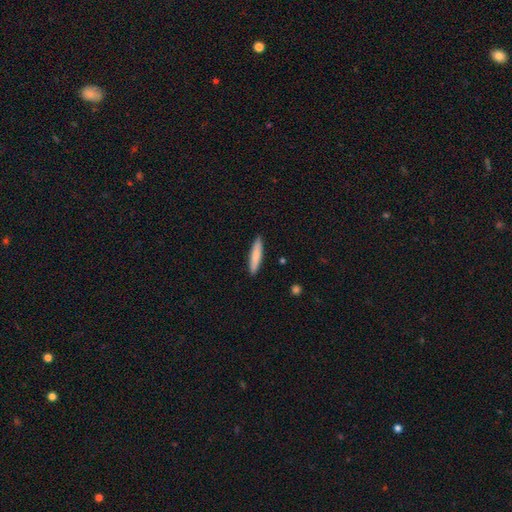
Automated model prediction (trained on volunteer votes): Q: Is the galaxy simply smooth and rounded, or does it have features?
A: smooth — 81%.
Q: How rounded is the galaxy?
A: cigar-shaped — 87%.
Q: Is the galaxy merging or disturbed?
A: none — 90%.